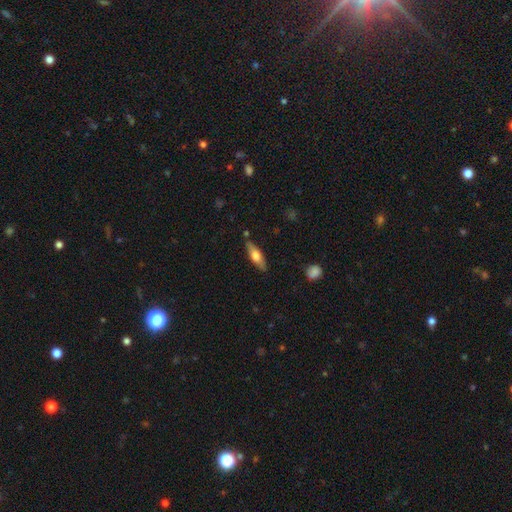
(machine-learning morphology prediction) Smooth or featured: smooth — 56% (featured or disk — 38%)
How rounded: cigar-shaped — 54% (in between — 44%)
Merging: none — 83% (minor disturbance — 12%)